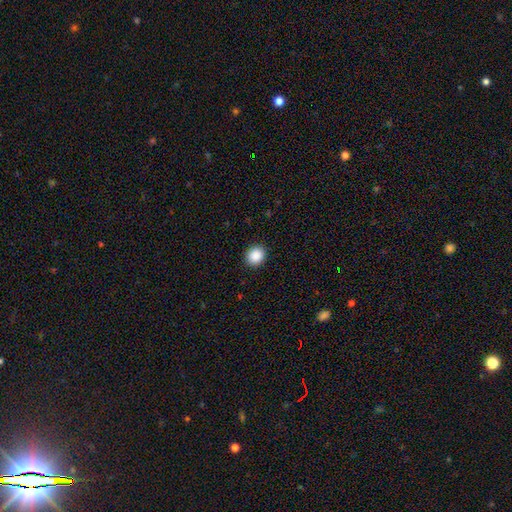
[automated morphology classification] Overall: smooth (89%). How rounded: round (80%). Merging: none (91%).